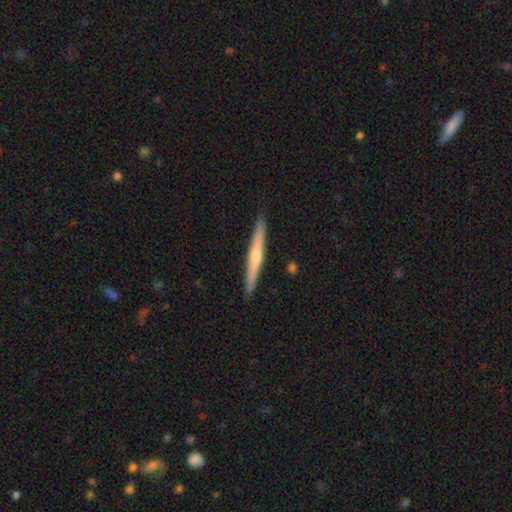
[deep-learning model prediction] featured or disk 54%, smooth 41%, star or artifact 5%. Down the decision tree: edge-on disk — yes (97%); edge-on bulge — rounded (65%); merging — none (92%).